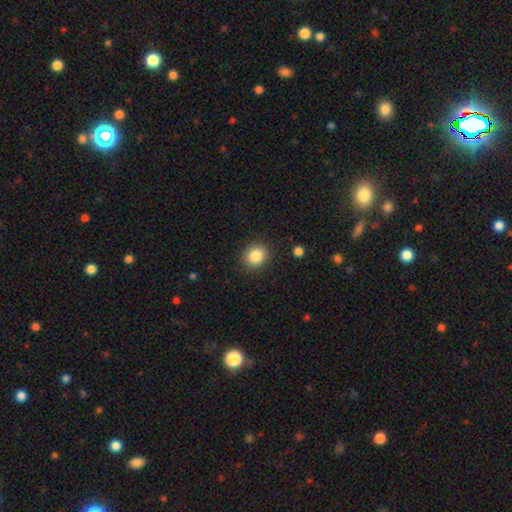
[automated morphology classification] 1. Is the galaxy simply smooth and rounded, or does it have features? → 85% smooth, 10% star or artifact, 5% featured or disk.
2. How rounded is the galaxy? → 71% round, 28% in between, 1% cigar-shaped.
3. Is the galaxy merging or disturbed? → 88% none, 8% minor disturbance, 3% major disturbance, 1% merger.